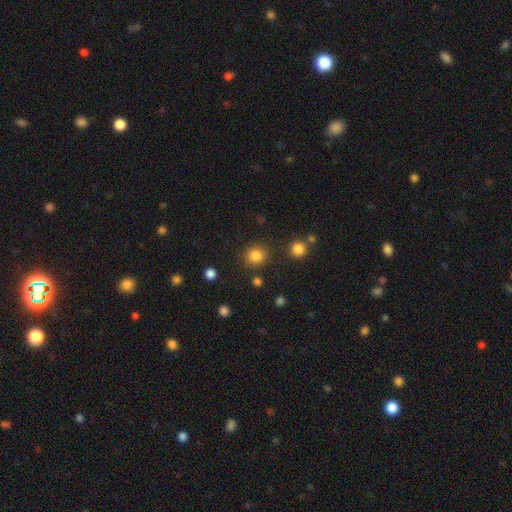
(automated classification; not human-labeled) Smooth or featured?
  - smooth: 84% *
  - star or artifact: 12%
  - featured or disk: 4%
How rounded?
  - round: 90% *
  - in between: 9%
  - cigar-shaped: 1%
Merging?
  - none: 86% *
  - minor disturbance: 7%
  - merger: 4%
  - major disturbance: 3%